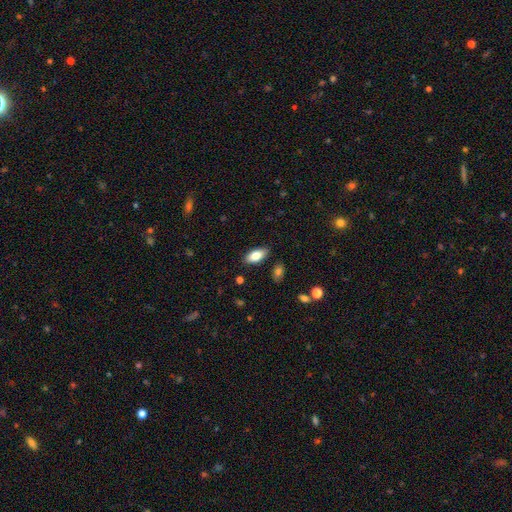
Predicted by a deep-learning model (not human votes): Smooth or featured: smooth — 80% (featured or disk — 13%)
How rounded: in between — 89% (cigar-shaped — 9%)
Merging: none — 85% (minor disturbance — 11%)